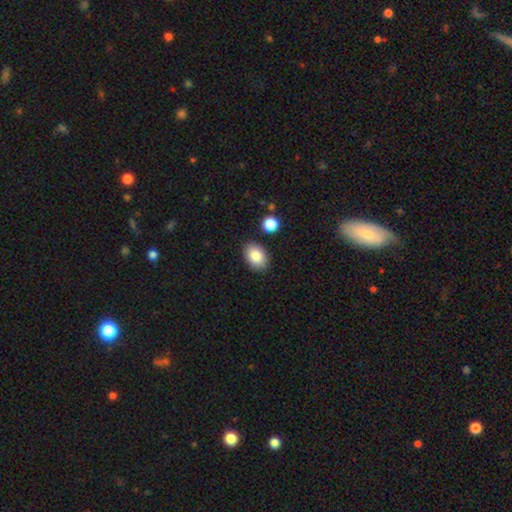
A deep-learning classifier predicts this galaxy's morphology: This is clearly a smooth galaxy (85%). How rounded: clearly in between (82%). Merging: clearly none (85%).